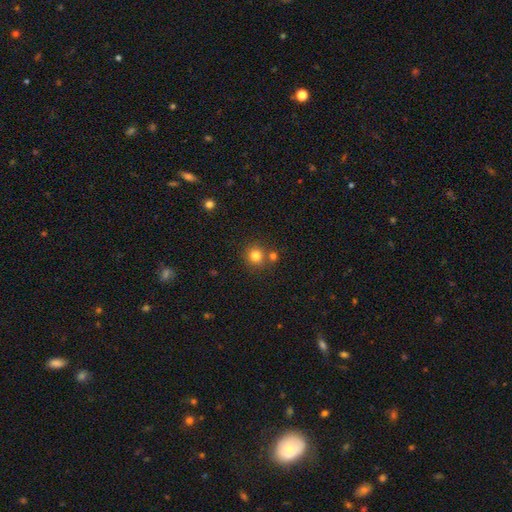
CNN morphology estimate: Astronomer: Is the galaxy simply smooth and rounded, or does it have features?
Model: smooth — 80%.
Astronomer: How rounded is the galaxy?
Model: round — 91%.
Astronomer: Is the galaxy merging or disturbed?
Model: none — 73%.